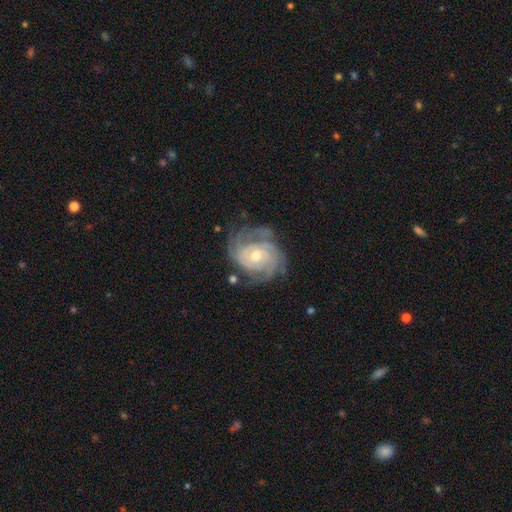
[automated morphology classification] A featured or disk galaxy (88%) with no bar (65%), tight (67%) spiral arms (97%) and a moderate central bulge (52%). Merging: none (68%).